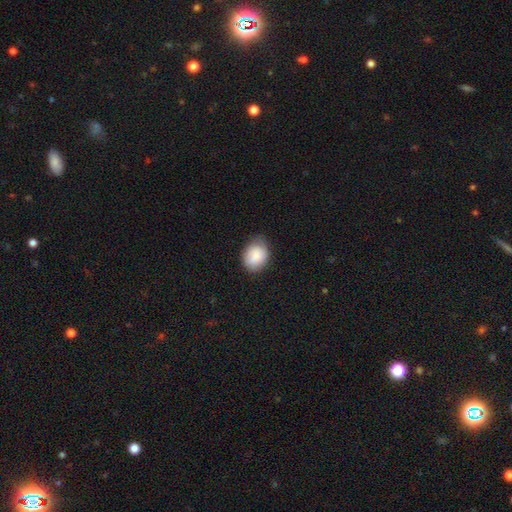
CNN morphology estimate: The model was most divided on "how rounded": in between: 54%, round: 45%, cigar-shaped: 1%. More confident: smooth or featured — smooth (86%); merging — none (72%).